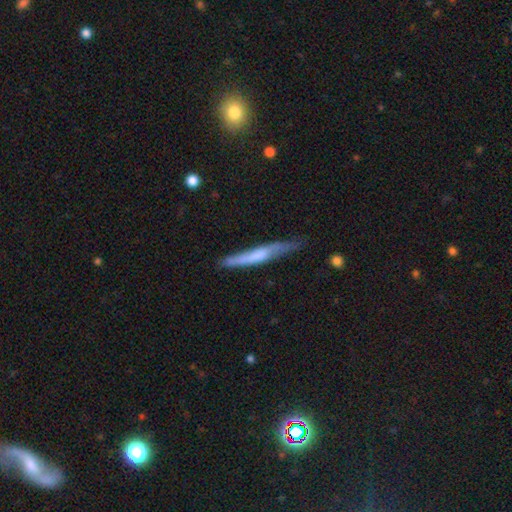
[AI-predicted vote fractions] This is possibly a smooth galaxy (53%). How rounded: clearly cigar-shaped (94%). Merging: likely none (67%).